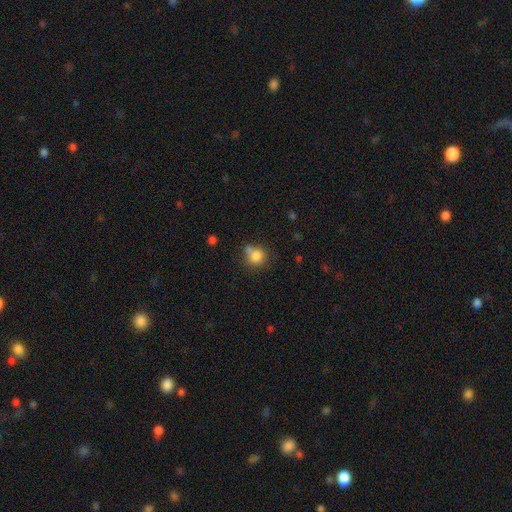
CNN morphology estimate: type=smooth (82%); roundness=round (85%); merging=none (57%).